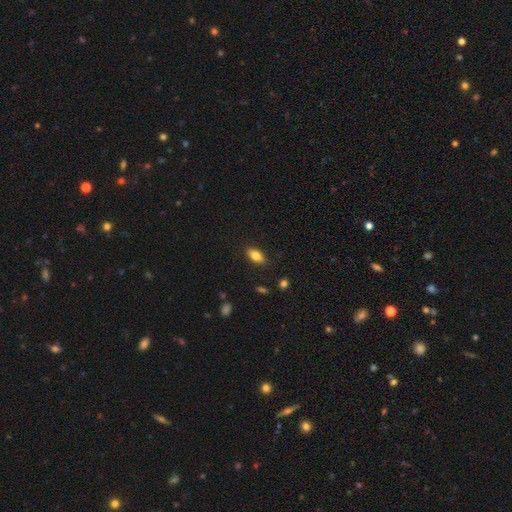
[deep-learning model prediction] This appears to be a smooth galaxy with no disk features (82%) that is in between round and cigar-shaped (89%). Merging: none (87%).